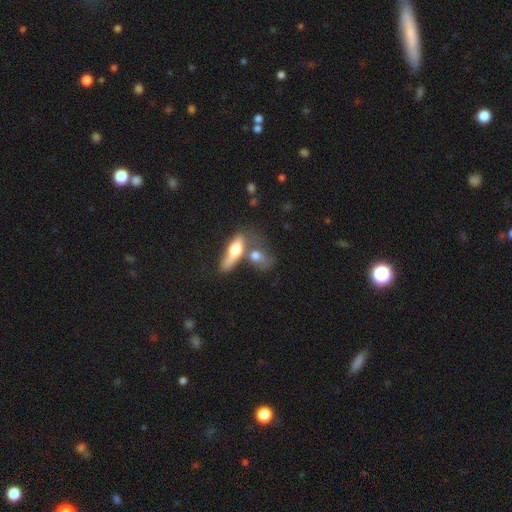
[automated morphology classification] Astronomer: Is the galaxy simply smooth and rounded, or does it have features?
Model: smooth — 63%.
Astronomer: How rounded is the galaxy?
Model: in between — 61%.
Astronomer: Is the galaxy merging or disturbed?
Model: merger — 51%.